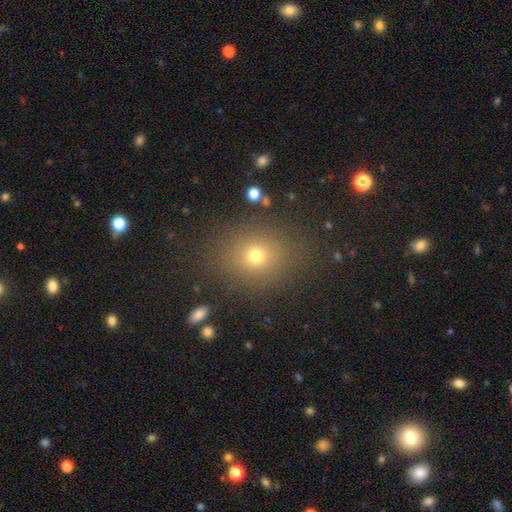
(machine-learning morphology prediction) Overall: smooth (70%). How rounded: round (58%; in between 41%). Merging: none (84%).